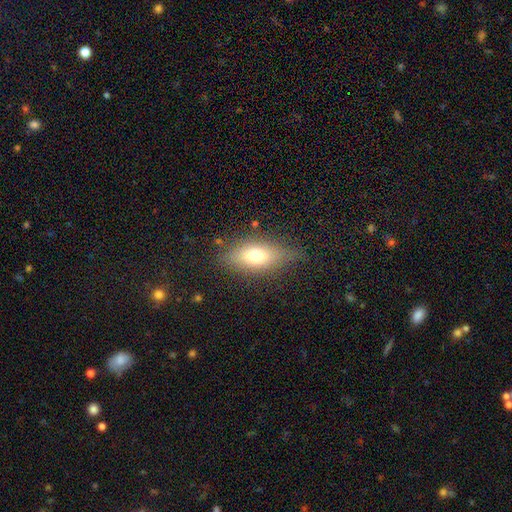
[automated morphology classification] Smooth or featured? smooth (68%)
How rounded? in between (79%)
Merging? none (73%)